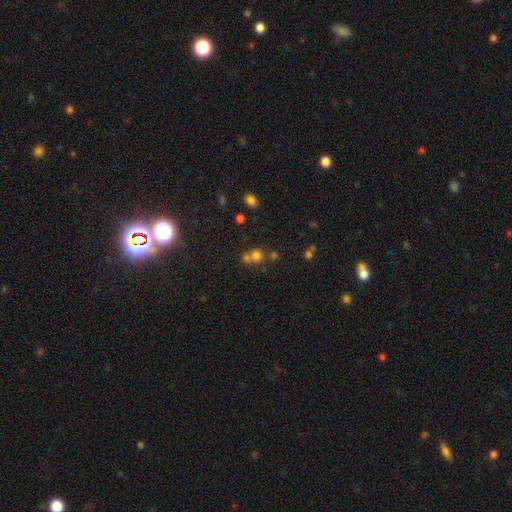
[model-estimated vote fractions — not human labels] The model was most divided on "merging": merger: 45%, none: 44%, minor disturbance: 7%, major disturbance: 4%. More confident: how rounded — round (83%); smooth or featured — smooth (69%).